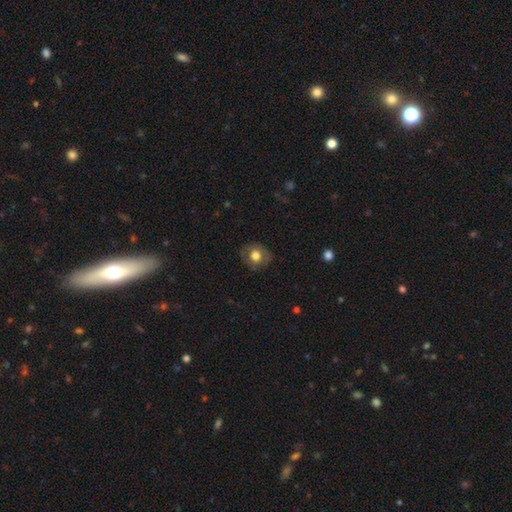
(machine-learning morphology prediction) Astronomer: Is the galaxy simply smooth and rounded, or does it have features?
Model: smooth — 70%.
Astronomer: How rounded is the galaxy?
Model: round — 73%.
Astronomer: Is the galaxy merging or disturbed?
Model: none — 80%.